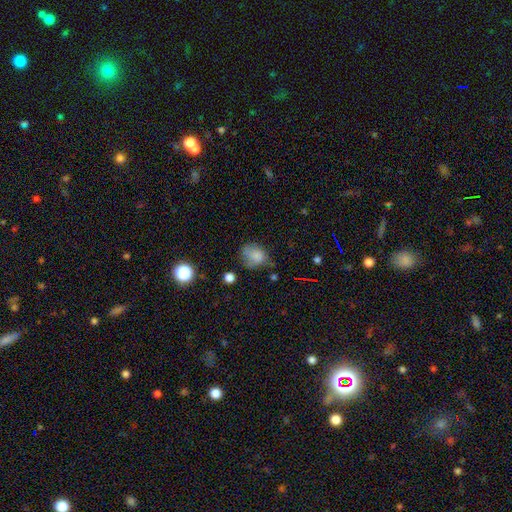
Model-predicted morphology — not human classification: smooth_or_featured: smooth (p=0.75) [alt: featured or disk p=0.13]
how_rounded: round (p=0.51) [alt: in between p=0.47]
merging: none (p=0.47) [alt: minor disturbance p=0.31]